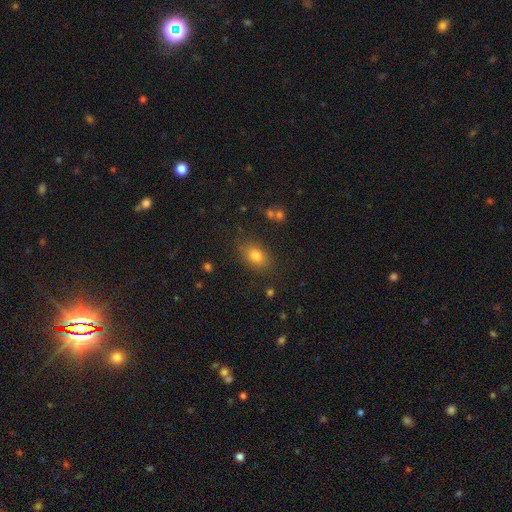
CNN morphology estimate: smooth_or_featured: smooth (p=0.78) [alt: star or artifact p=0.13]
how_rounded: in between (p=0.74) [alt: round p=0.24]
merging: none (p=0.82) [alt: minor disturbance p=0.12]